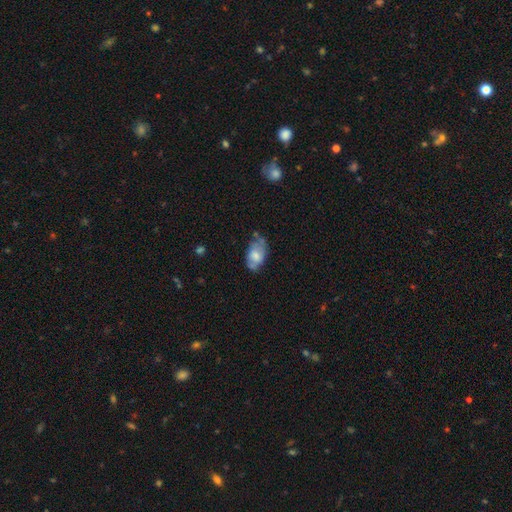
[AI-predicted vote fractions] Smooth or featured? smooth (58%)
How rounded? in between (92%)
Merging? none (45%)